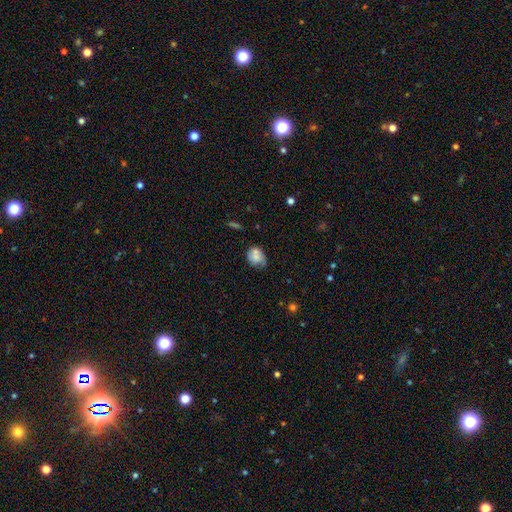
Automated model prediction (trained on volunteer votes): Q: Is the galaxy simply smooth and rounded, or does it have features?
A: smooth — 67%.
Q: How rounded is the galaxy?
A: in between — 54%.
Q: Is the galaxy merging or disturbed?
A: none — 46%.